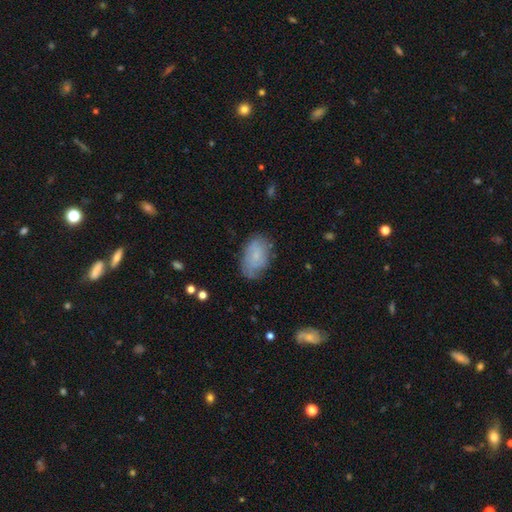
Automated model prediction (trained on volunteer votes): Morphology: type=smooth (61%); roundness=in between (91%); merging=none (67%).